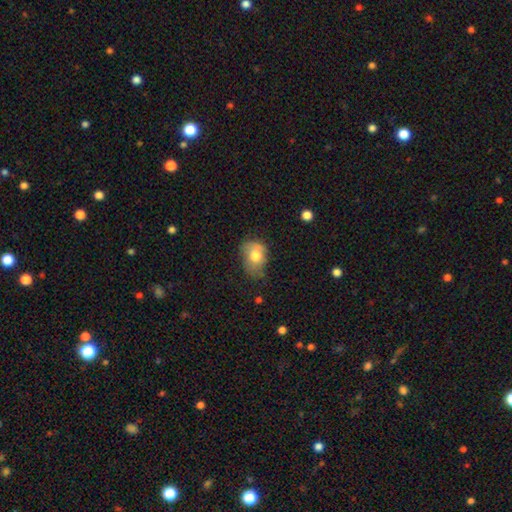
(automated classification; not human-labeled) Smooth or featured?
  - smooth: 72% *
  - featured or disk: 19%
  - star or artifact: 9%
How rounded?
  - in between: 62% *
  - round: 37%
  - cigar-shaped: 1%
Merging?
  - none: 42% *
  - minor disturbance: 38%
  - major disturbance: 17%
  - merger: 3%